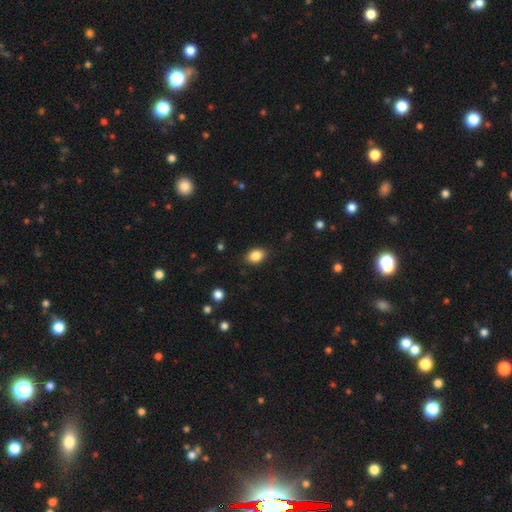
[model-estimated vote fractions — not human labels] smooth 86%, star or artifact 9%, featured or disk 5%. Down the decision tree: how rounded — in between (77%); merging — none (85%).